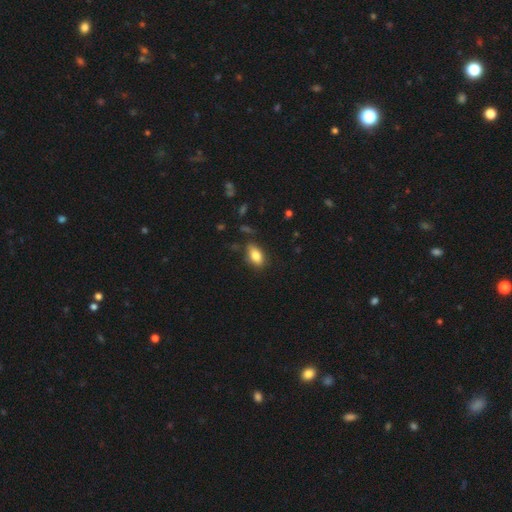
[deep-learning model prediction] Q: Smooth or featured?
A: smooth (82%); runner-up: featured or disk (10%)
Q: How rounded?
A: in between (88%); runner-up: round (7%)
Q: Merging?
A: none (74%); runner-up: minor disturbance (19%)